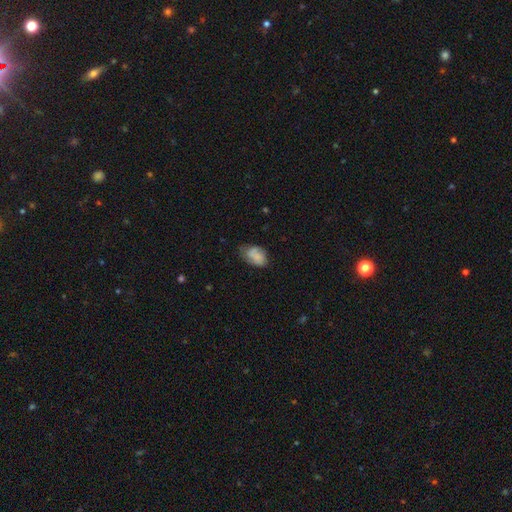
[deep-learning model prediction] The model was most divided on "merging": none: 50%, minor disturbance: 35%, major disturbance: 12%, merger: 4%. More confident: how rounded — in between (86%); smooth or featured — smooth (69%).